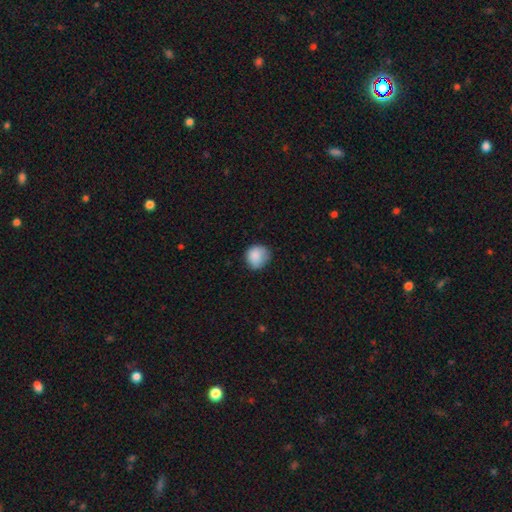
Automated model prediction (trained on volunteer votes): Overall: smooth (86%). How rounded: round (85%). Merging: none (67%).